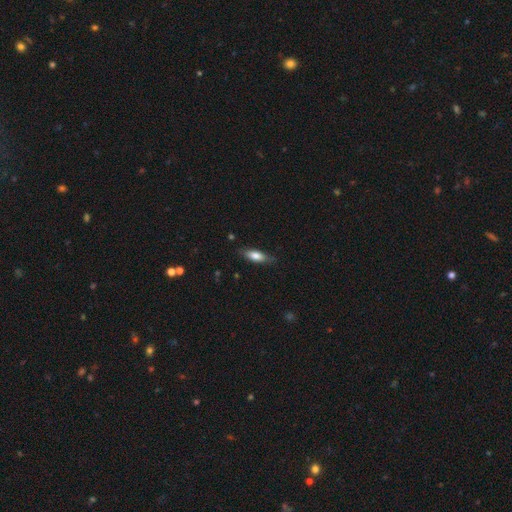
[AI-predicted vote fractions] Smooth or featured: smooth — 72% (featured or disk — 21%)
How rounded: in between — 63% (cigar-shaped — 35%)
Merging: none — 78% (minor disturbance — 17%)